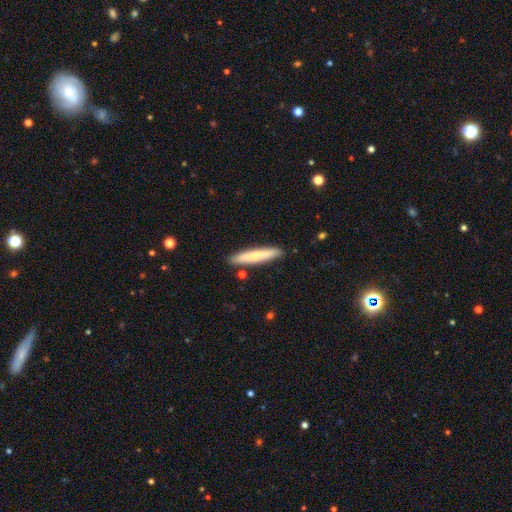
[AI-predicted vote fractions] smooth-or-featured: smooth: 67% | featured or disk: 28% | star or artifact: 6%
  how-rounded: cigar-shaped: 93% | in between: 6% | round: 1%
  merging: none: 89% | minor disturbance: 8% | merger: 2% | major disturbance: 2%